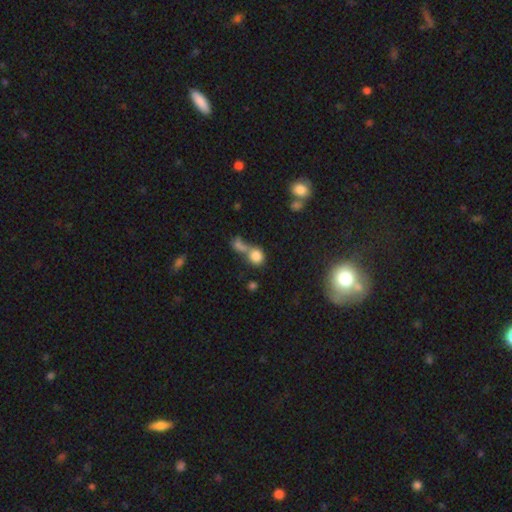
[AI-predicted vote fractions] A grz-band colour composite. It shows a smooth galaxy with no disk features (79%) that is round (75%). Merging: merger (50%).